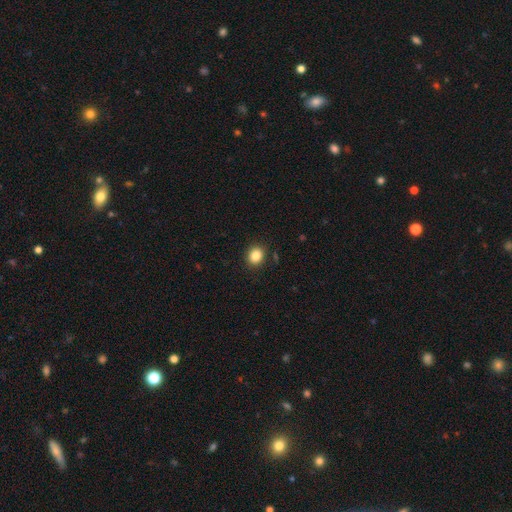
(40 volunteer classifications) A smooth galaxy with no disk features (90%) that is round (75%). Merging: none (95%).